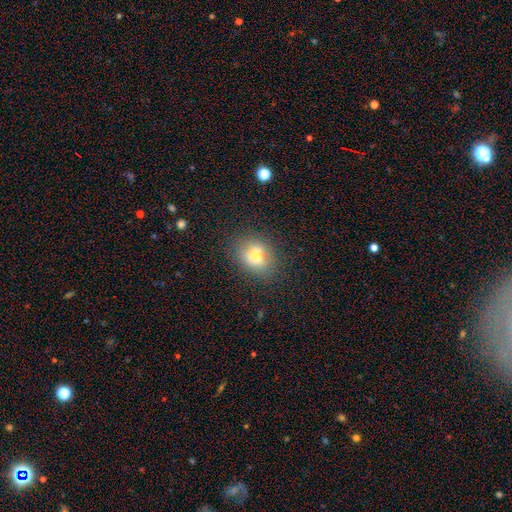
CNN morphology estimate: A smooth galaxy with no disk features (70%) that is in between round and cigar-shaped (49%, tied with round). Merging: none (78%).